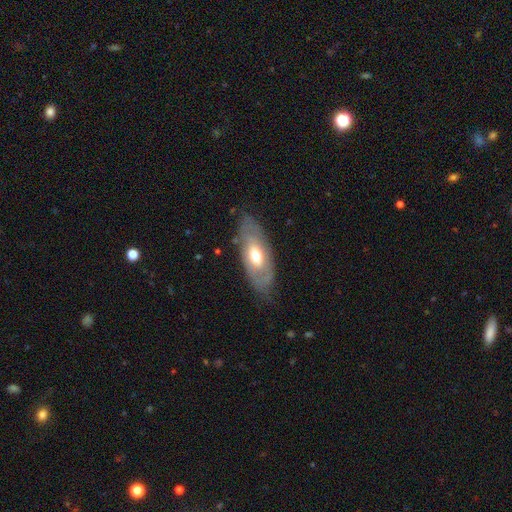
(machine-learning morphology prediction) Smooth or featured? featured or disk (49%)
Merging? none (73%)